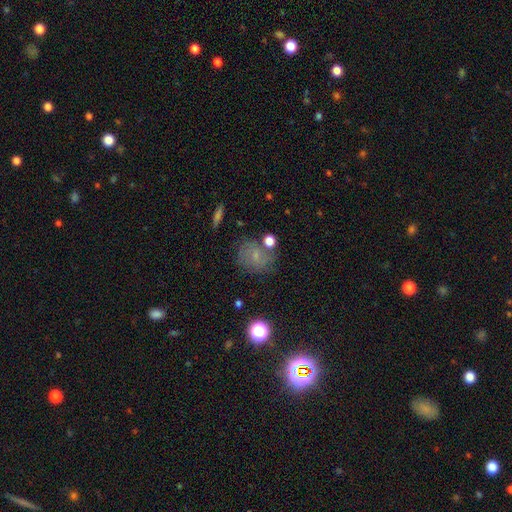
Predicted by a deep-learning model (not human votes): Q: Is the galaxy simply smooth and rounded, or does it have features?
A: smooth — 53%.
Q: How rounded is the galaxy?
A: round — 75%.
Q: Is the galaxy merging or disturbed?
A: none — 67%.